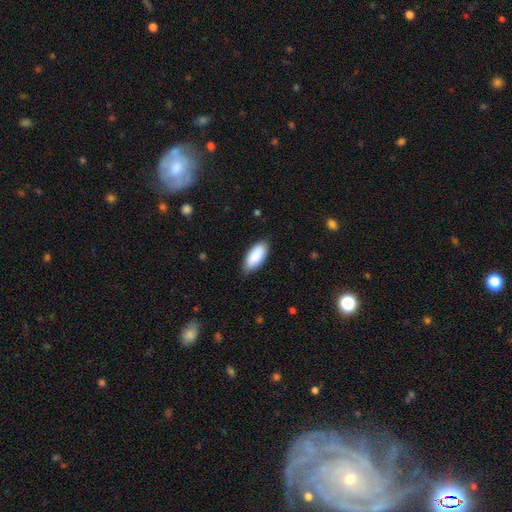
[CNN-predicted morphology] Q: Smooth or featured?
A: smooth (90%); runner-up: star or artifact (5%)
Q: How rounded?
A: in between (92%); runner-up: cigar-shaped (7%)
Q: Merging?
A: none (80%); runner-up: minor disturbance (16%)